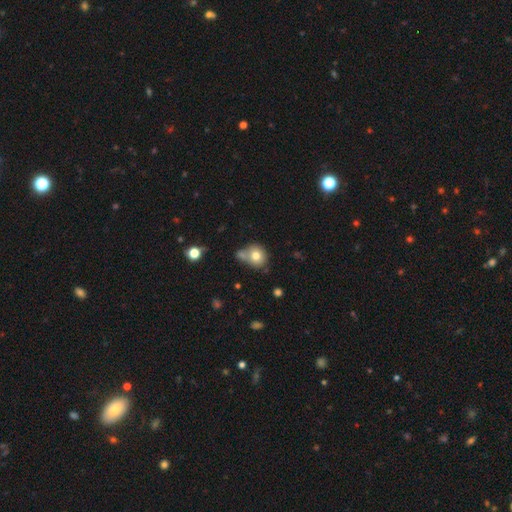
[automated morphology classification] smooth_or_featured: smooth (p=0.76) [alt: featured or disk p=0.13]
how_rounded: round (p=0.75) [alt: in between p=0.23]
merging: none (p=0.48) [alt: merger p=0.29]